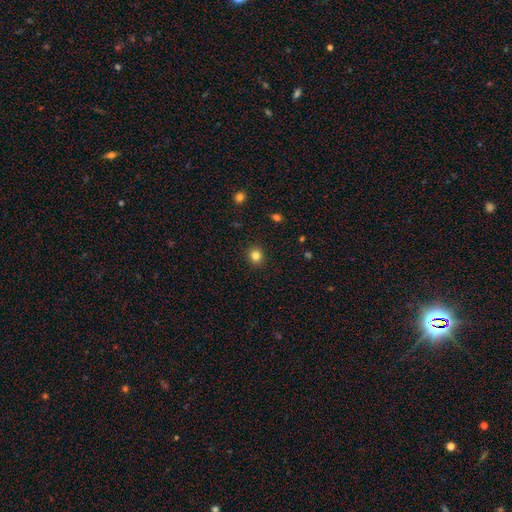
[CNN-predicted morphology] A smooth galaxy with no disk features (83%) that is round (84%). Merging: none (91%).